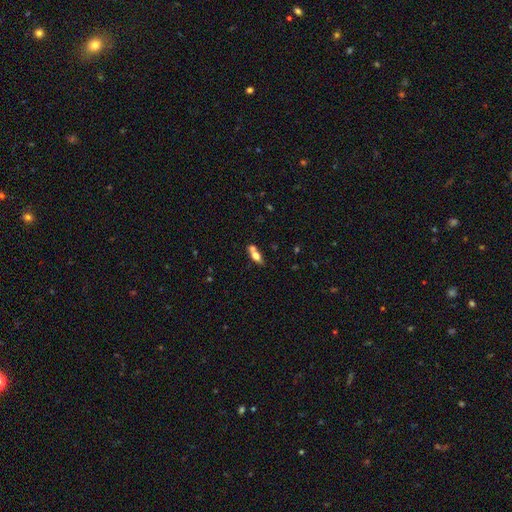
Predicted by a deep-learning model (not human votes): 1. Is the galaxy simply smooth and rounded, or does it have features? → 61% smooth, 31% featured or disk, 9% star or artifact.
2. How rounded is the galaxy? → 70% in between, 23% cigar-shaped, 7% round.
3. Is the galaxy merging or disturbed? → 44% none, 40% merger, 12% minor disturbance, 4% major disturbance.